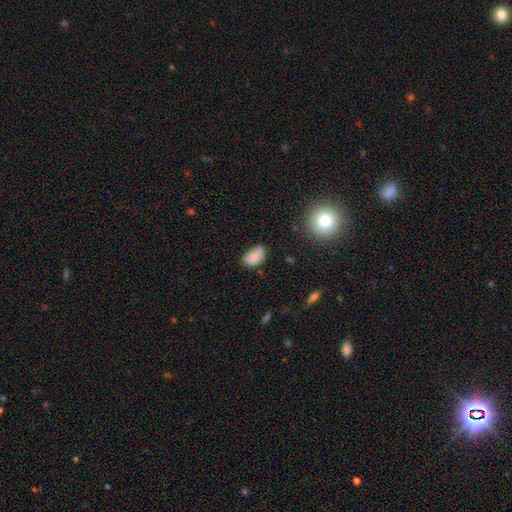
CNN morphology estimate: type=smooth (79%); roundness=in between (87%); merging=none (56%).